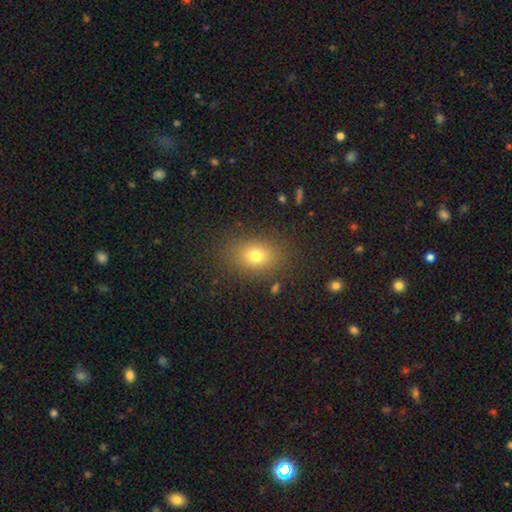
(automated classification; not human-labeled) Overall: smooth (75%). How rounded: in between (62%; round 37%). Merging: none (85%).